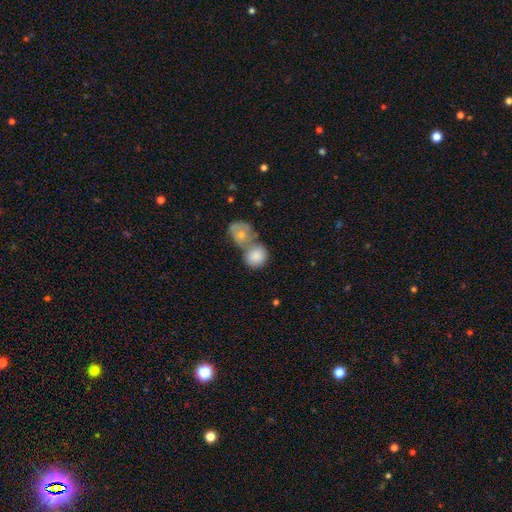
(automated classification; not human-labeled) A smooth galaxy with no disk features (82%) that is round (73%). Merging: merger (59%).